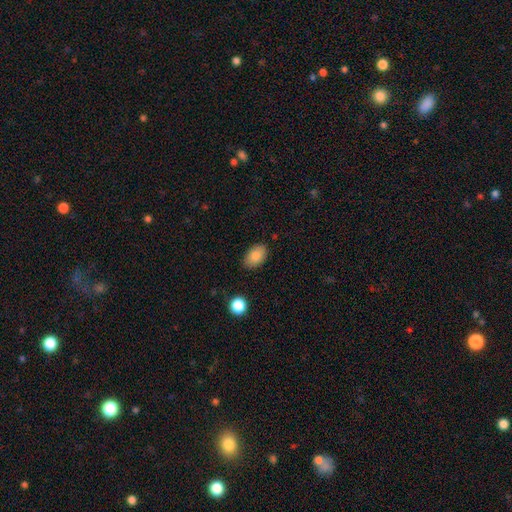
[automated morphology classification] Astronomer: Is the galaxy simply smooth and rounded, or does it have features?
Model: smooth — 85%.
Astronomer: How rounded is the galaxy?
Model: in between — 90%.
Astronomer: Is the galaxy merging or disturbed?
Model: none — 84%.